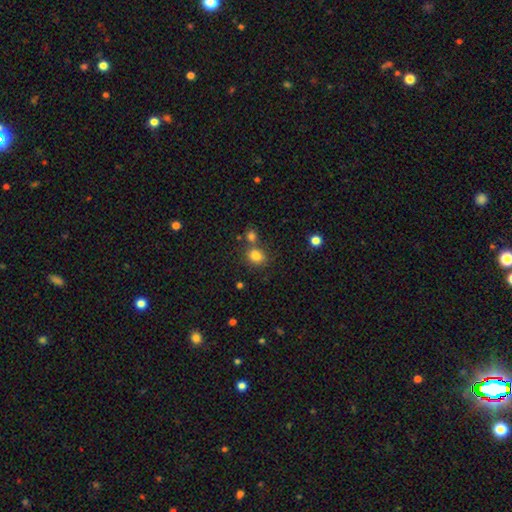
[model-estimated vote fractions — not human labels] smooth 81%, star or artifact 12%, featured or disk 7%. Down the decision tree: how rounded — round (61%); merging — none (61%).